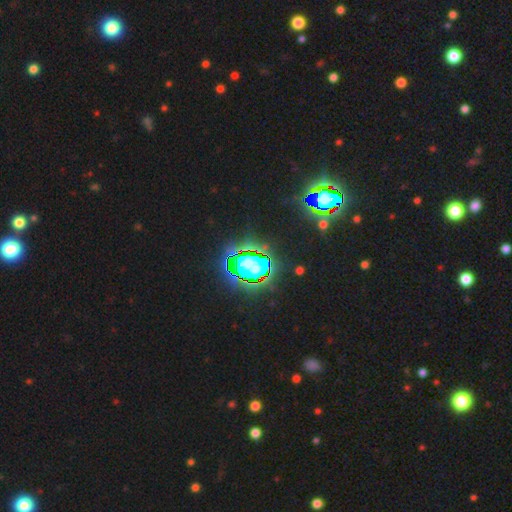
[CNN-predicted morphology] This appears to be a star or artifact, not a galaxy (67%).